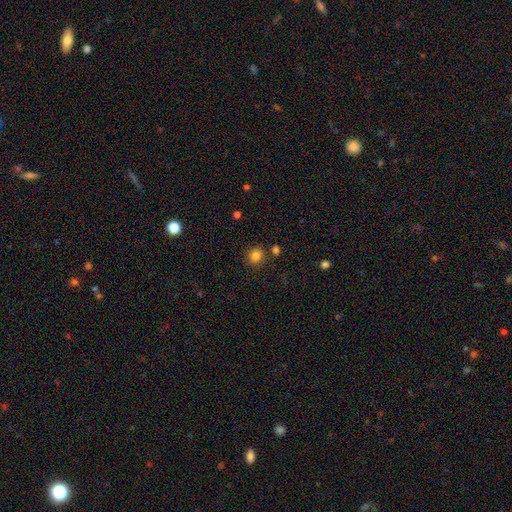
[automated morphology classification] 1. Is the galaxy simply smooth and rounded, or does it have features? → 83% smooth, 13% star or artifact, 4% featured or disk.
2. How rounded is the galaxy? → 85% round, 14% in between, 1% cigar-shaped.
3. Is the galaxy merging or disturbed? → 83% none, 8% minor disturbance, 6% merger, 3% major disturbance.